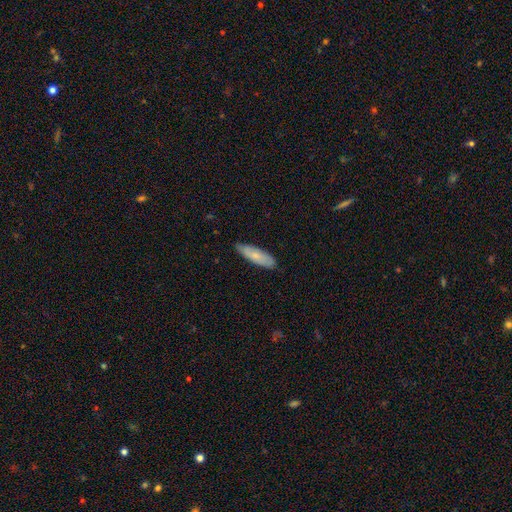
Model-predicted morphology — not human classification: smooth-or-featured: smooth: 73% | featured or disk: 21% | star or artifact: 5%
  how-rounded: cigar-shaped: 52% | in between: 47% | round: 2%
  merging: none: 82% | minor disturbance: 15% | major disturbance: 2% | merger: 1%